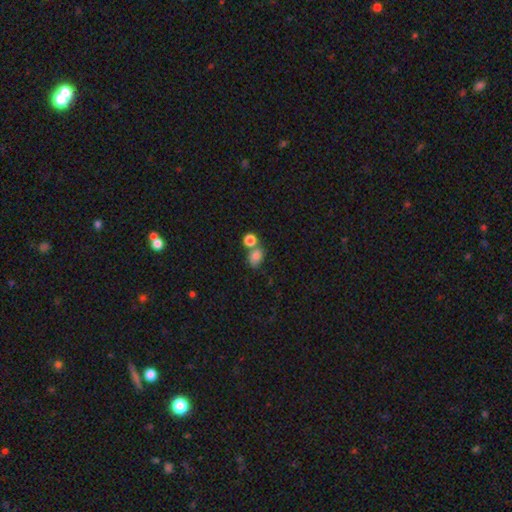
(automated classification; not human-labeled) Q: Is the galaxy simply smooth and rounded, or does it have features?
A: smooth — 81%.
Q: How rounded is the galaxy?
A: in between — 56%.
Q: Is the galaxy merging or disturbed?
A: none — 44%.